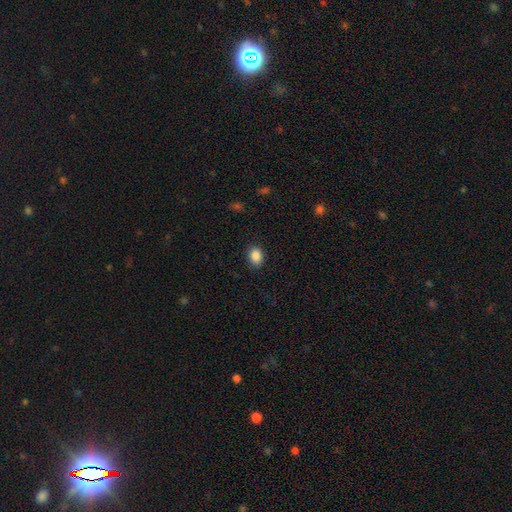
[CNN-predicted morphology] Smooth or featured: smooth — 88% (star or artifact — 9%)
How rounded: in between — 67% (round — 32%)
Merging: none — 87% (minor disturbance — 9%)